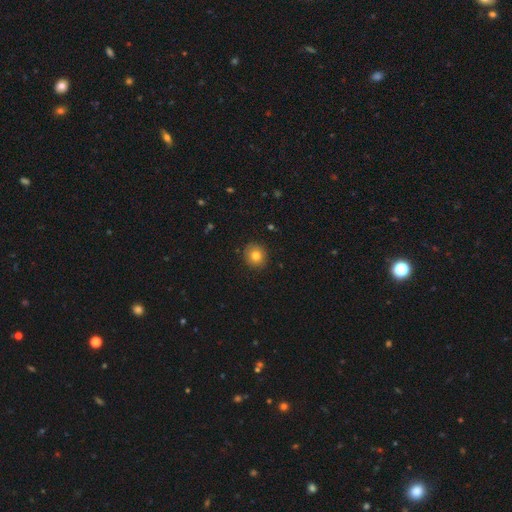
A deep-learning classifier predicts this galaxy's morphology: Smooth or featured?
  - smooth: 80% *
  - featured or disk: 10%
  - star or artifact: 10%
How rounded?
  - round: 84% *
  - in between: 15%
  - cigar-shaped: 1%
Merging?
  - none: 88% *
  - minor disturbance: 9%
  - major disturbance: 2%
  - merger: 1%